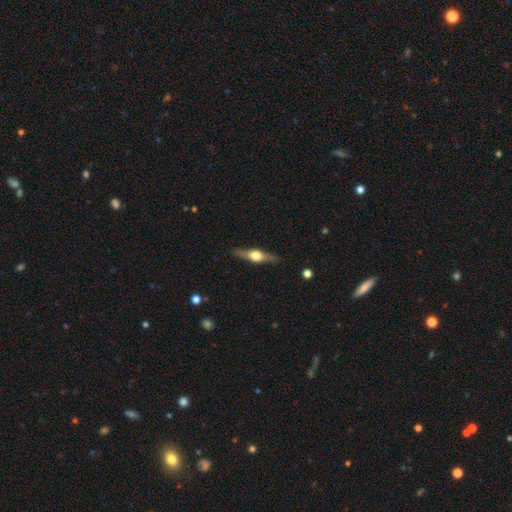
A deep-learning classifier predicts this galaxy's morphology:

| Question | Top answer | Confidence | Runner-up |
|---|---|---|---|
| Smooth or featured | featured or disk | 70% | smooth (24%) |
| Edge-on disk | yes | 97% | no (3%) |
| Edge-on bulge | rounded | 95% | boxy (4%) |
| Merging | none | 89% | minor disturbance (8%) |